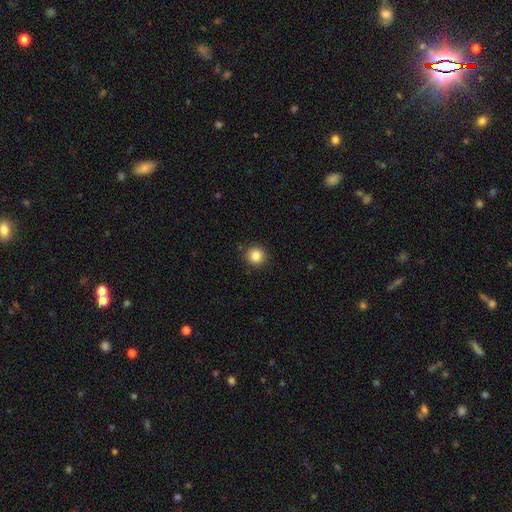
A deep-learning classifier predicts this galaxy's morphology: A smooth galaxy with no disk features (85%) that is round (94%).

Vote fractions:
- Smooth or featured? smooth: 85% / star or artifact: 10% / featured or disk: 5%
- How rounded? round: 94% / in between: 5% / cigar-shaped: 1%
- Merging? none: 90% / minor disturbance: 7% / major disturbance: 2% / merger: 1%